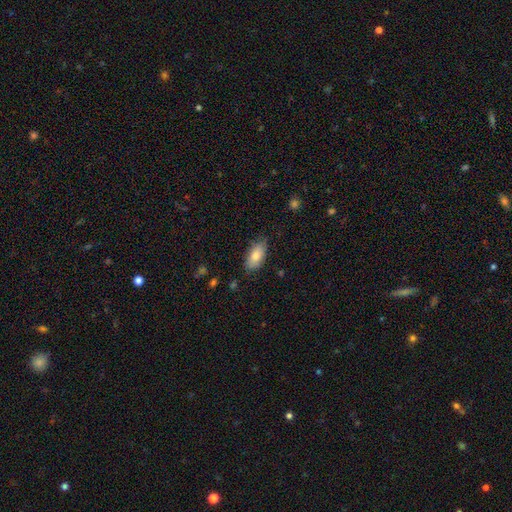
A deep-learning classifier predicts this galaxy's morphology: Smooth or featured: smooth — 78% (featured or disk — 15%)
How rounded: in between — 90% (cigar-shaped — 7%)
Merging: none — 79% (minor disturbance — 17%)